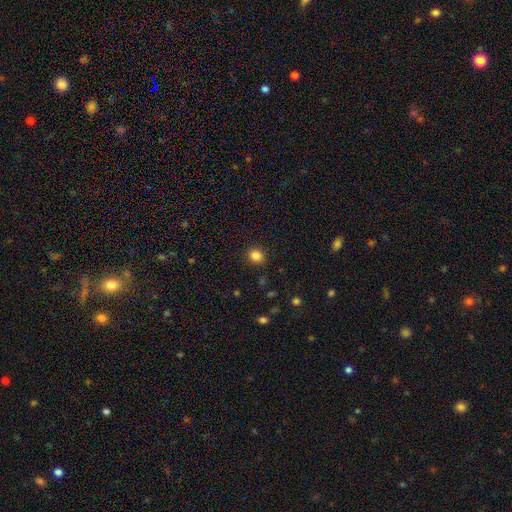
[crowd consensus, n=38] Smooth or featured? smooth (89%)
How rounded? round (88%)
Merging? none (86%)